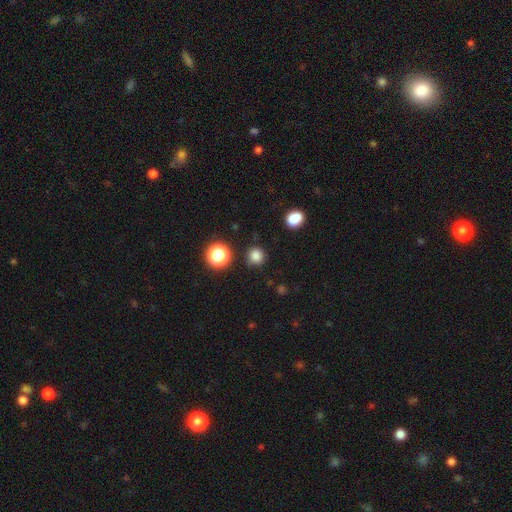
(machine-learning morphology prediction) Smooth or featured? Predicted: smooth (p=0.81). How rounded? Predicted: round (p=0.94). Merging? Predicted: none (p=0.87).